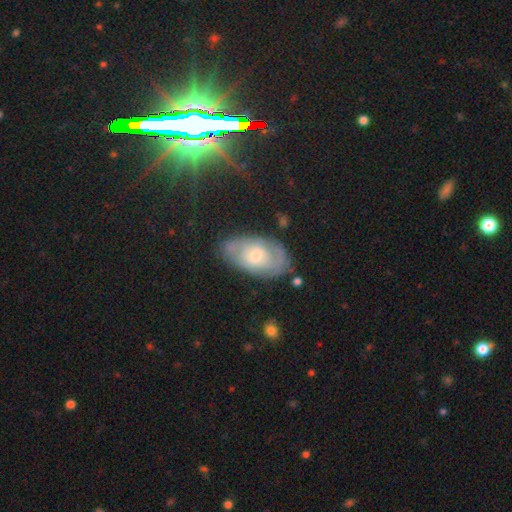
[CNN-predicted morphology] smooth-or-featured: featured or disk: 61% | smooth: 31% | star or artifact: 8%
  disk-edge-on: no: 93% | yes: 7%
    bar: no: 65% | weak: 31% | strong: 5%
    has-spiral-arms: yes: 75% | no: 25%
    bulge-size: moderate: 52% | small: 41% | large: 4% | none: 2% | dominant: 1%
  merging: none: 74% | minor disturbance: 19% | major disturbance: 5% | merger: 2%